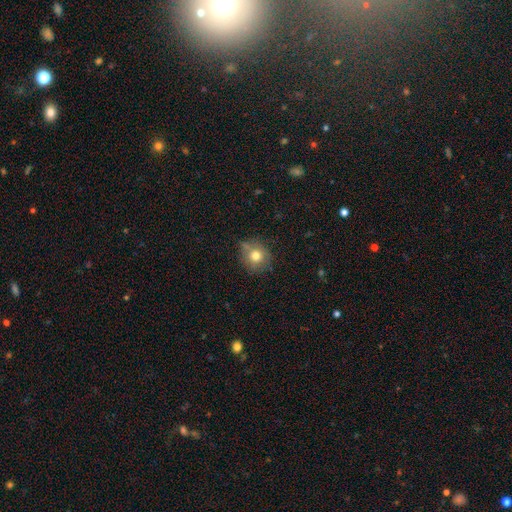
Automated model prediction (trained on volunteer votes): Q: Smooth or featured?
A: smooth (77%); runner-up: featured or disk (13%)
Q: How rounded?
A: round (89%); runner-up: in between (10%)
Q: Merging?
A: none (71%); runner-up: minor disturbance (18%)